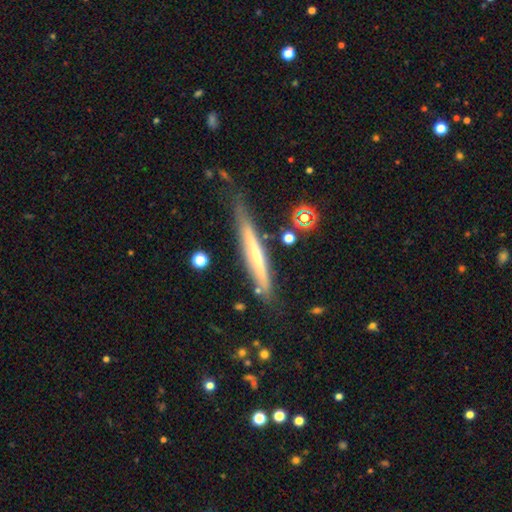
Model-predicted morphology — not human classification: Overall: featured or disk (60%; smooth 33%). Edge-on disk: yes (94%). Edge-on bulge: none (50%; rounded 43%). Merging: none (75%).